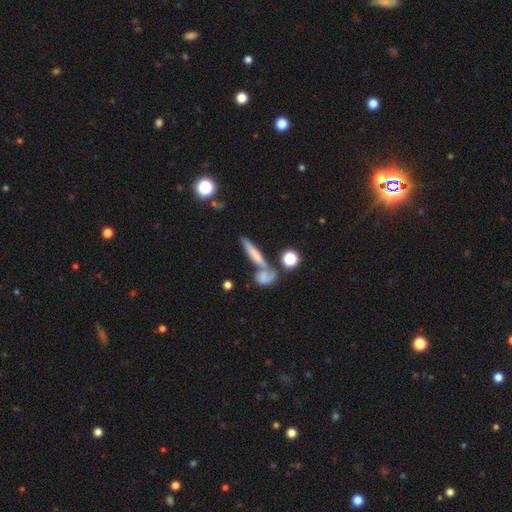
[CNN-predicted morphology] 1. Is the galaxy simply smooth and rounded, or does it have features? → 53% smooth, 34% featured or disk, 13% star or artifact.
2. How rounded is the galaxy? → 74% cigar-shaped, 17% in between, 9% round.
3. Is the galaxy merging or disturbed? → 51% none, 31% merger, 12% minor disturbance, 6% major disturbance.